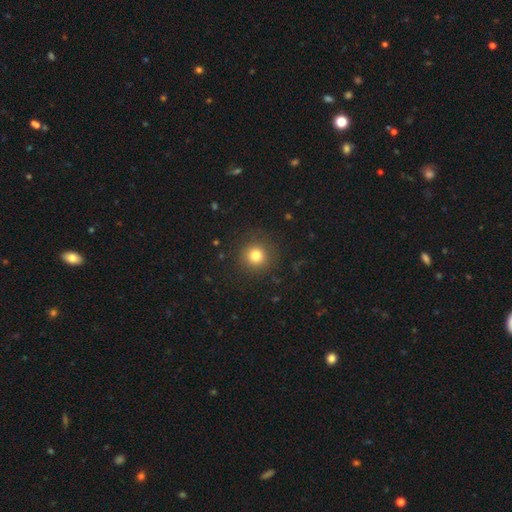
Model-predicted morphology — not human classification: type=smooth (80%); roundness=round (94%); merging=none (89%).